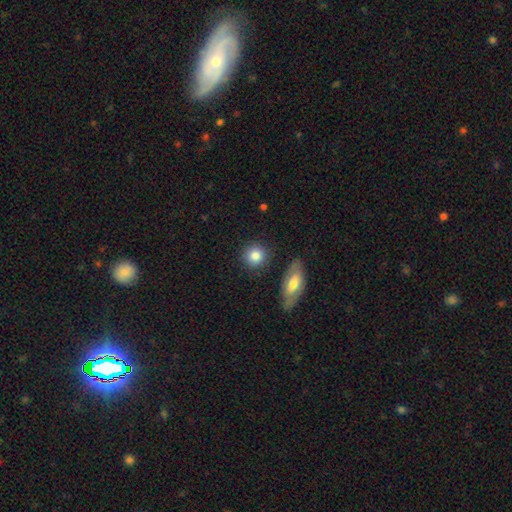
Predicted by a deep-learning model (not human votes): This appears to be a smooth galaxy with no disk features (84%) that is round (87%). Merging: none (85%).